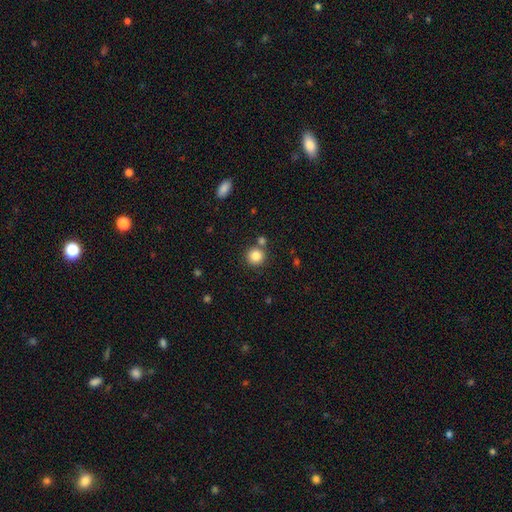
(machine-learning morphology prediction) type=smooth (84%); roundness=round (93%); merging=none (74%).